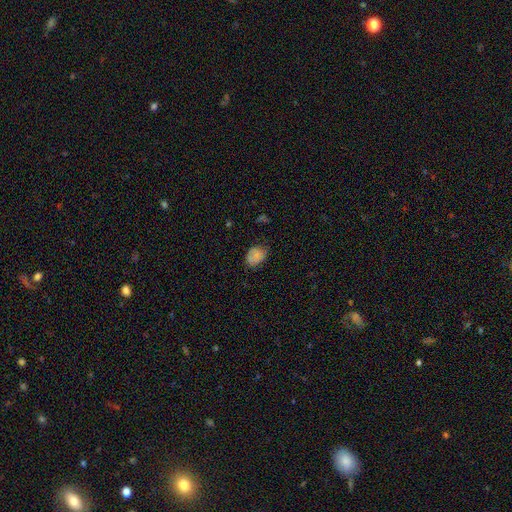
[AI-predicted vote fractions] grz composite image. It shows a smooth galaxy with no disk features (77%) that is in between round and cigar-shaped (60%). Merging: none (61%).